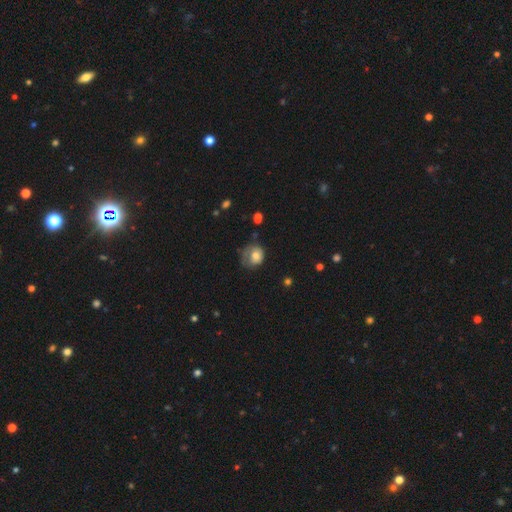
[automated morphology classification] type=smooth (65%); roundness=round (67%); merging=none (39%).